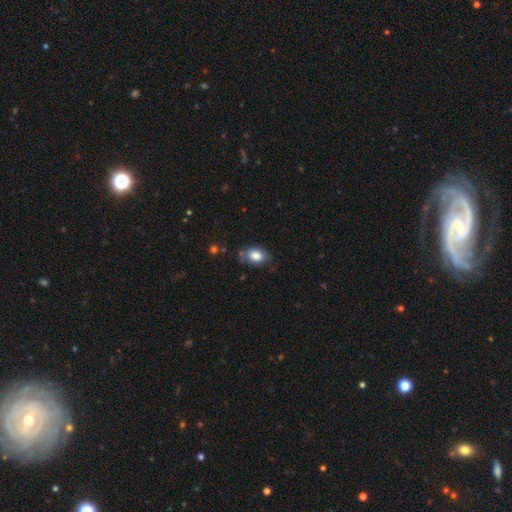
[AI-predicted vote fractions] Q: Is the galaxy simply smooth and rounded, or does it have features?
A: smooth — 82%.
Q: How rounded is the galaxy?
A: in between — 79%.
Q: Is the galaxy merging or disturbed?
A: none — 69%.